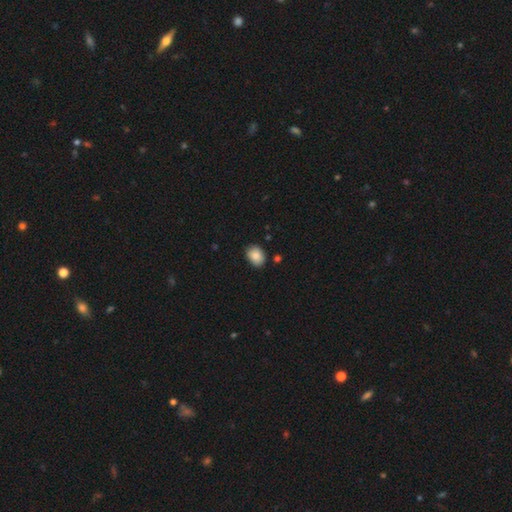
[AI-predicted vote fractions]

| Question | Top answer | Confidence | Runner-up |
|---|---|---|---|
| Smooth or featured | smooth | 86% | star or artifact (8%) |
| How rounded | in between | 73% | round (26%) |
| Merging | none | 84% | minor disturbance (12%) |